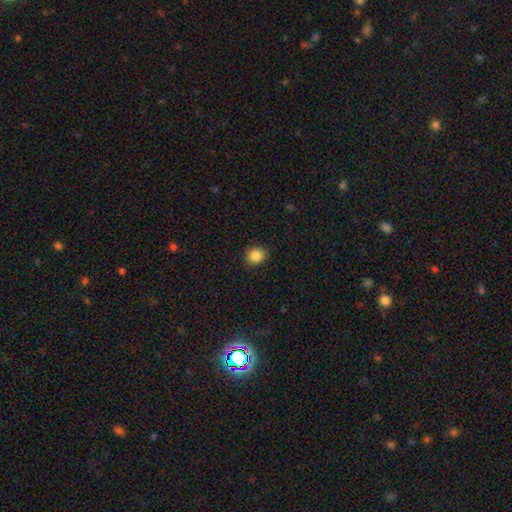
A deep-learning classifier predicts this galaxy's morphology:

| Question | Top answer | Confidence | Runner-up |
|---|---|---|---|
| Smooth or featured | smooth | 87% | star or artifact (10%) |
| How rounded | round | 78% | in between (21%) |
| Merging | none | 88% | minor disturbance (9%) |